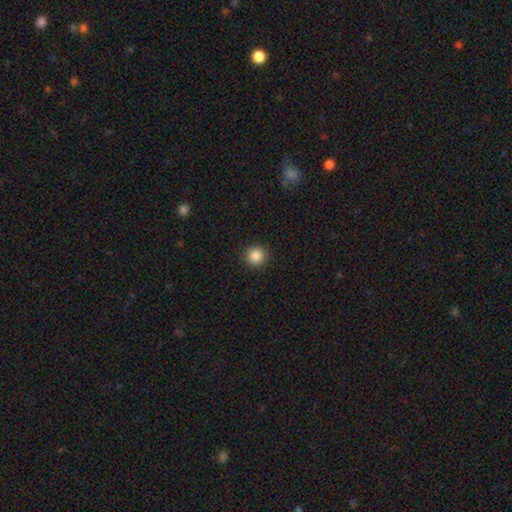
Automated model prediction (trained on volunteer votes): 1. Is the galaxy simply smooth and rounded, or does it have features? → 87% smooth, 10% star or artifact, 3% featured or disk.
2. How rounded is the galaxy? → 94% round, 5% in between, 1% cigar-shaped.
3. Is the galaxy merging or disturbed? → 92% none, 5% minor disturbance, 2% major disturbance, 1% merger.